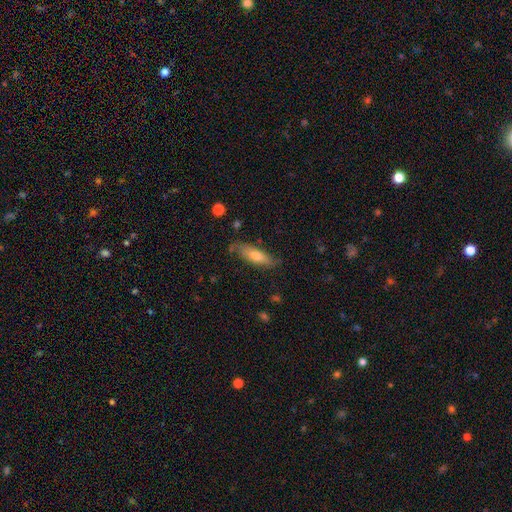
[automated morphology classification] This is likely a smooth galaxy (66%). How rounded: possibly in between (52%). Merging: likely none (71%).